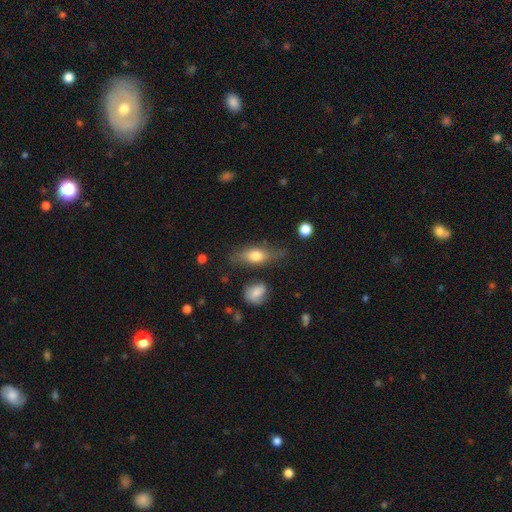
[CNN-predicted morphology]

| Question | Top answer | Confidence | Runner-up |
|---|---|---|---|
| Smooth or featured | smooth | 65% | featured or disk (27%) |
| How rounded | in between | 71% | cigar-shaped (21%) |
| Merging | none | 64% | minor disturbance (24%) |